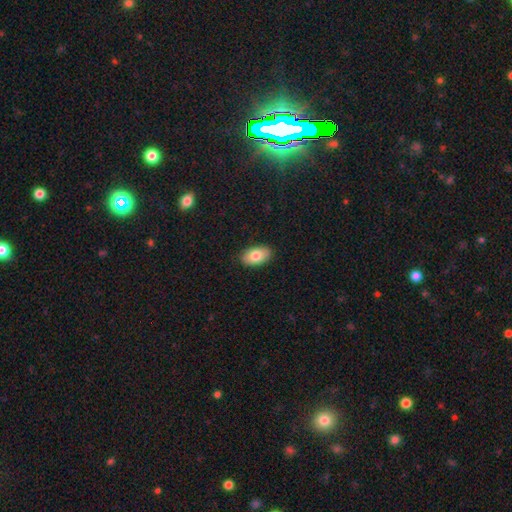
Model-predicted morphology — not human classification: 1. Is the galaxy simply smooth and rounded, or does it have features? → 79% smooth, 14% featured or disk, 7% star or artifact.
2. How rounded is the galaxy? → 93% in between, 5% round, 2% cigar-shaped.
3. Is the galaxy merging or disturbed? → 89% none, 9% minor disturbance, 2% major disturbance, 1% merger.